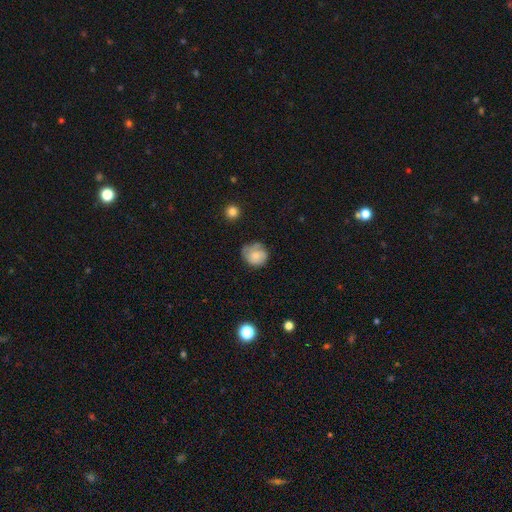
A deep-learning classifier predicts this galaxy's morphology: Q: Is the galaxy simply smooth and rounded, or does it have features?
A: smooth — 66%.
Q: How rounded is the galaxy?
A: round — 78%.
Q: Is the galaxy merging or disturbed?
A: none — 55%.